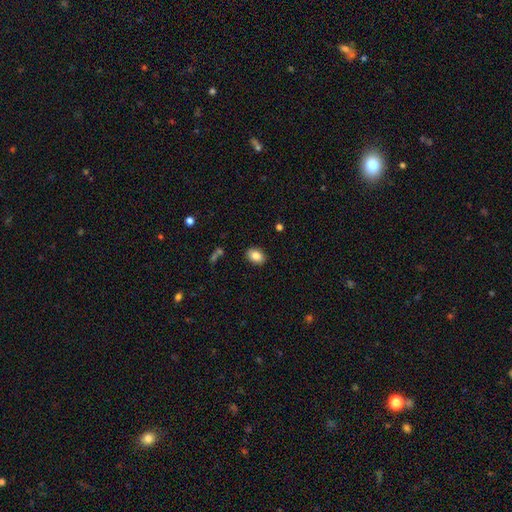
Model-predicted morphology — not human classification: smooth_or_featured: smooth (p=0.85) [alt: star or artifact p=0.08]
how_rounded: in between (p=0.81) [alt: round p=0.18]
merging: none (p=0.88) [alt: minor disturbance p=0.08]